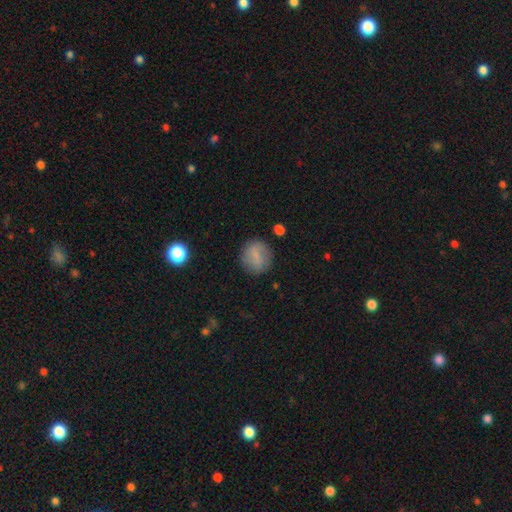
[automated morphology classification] Smooth or featured?
  - smooth: 75% *
  - featured or disk: 16%
  - star or artifact: 9%
How rounded?
  - round: 79% *
  - in between: 20%
  - cigar-shaped: 1%
Merging?
  - none: 81% *
  - minor disturbance: 13%
  - major disturbance: 5%
  - merger: 2%